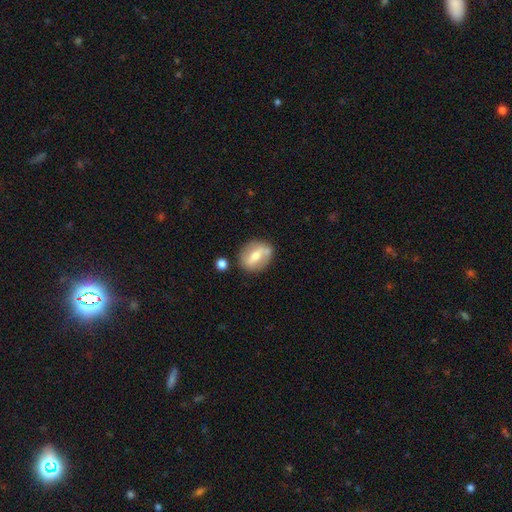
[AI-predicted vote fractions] Morphology: type=featured or disk (52%); edge-on=no (82%); merging=none (76%).